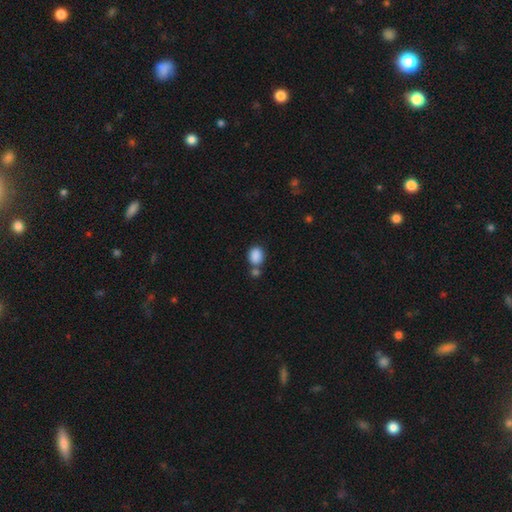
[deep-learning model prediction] Smooth or featured?
  - smooth: 87% *
  - star or artifact: 9%
  - featured or disk: 4%
How rounded?
  - in between: 57% *
  - round: 42%
  - cigar-shaped: 1%
Merging?
  - none: 54% *
  - merger: 30%
  - minor disturbance: 12%
  - major disturbance: 4%